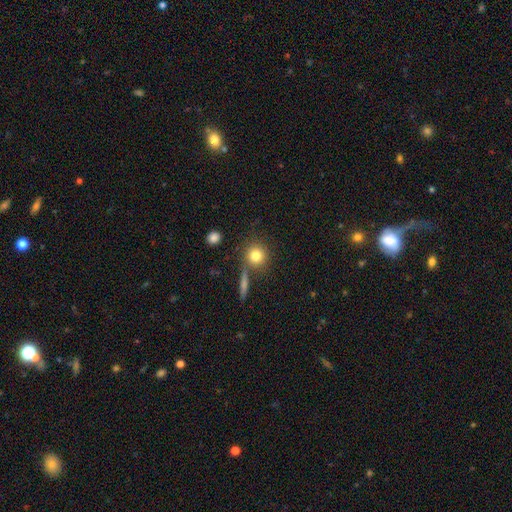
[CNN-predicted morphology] This appears to be a smooth galaxy with no disk features (81%) that is round (90%). Merging: none (74%).